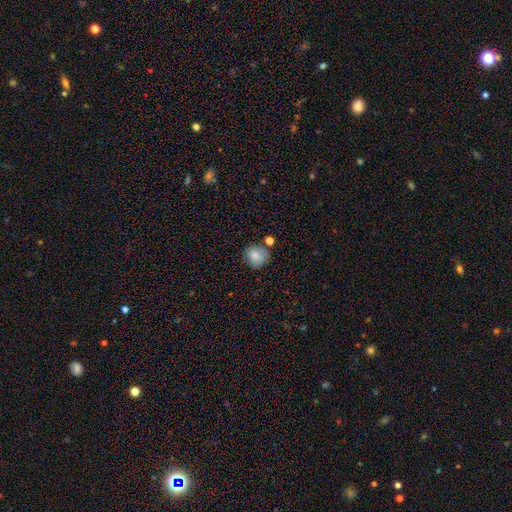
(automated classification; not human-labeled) smooth 84%, star or artifact 9%, featured or disk 6%. Down the decision tree: how rounded — round (83%); merging — none (71%).